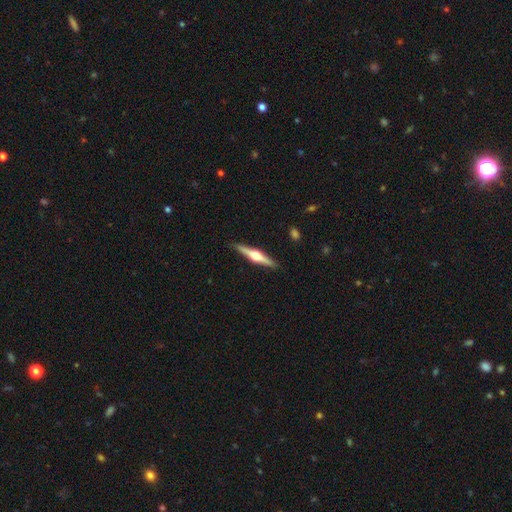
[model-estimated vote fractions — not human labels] featured or disk 74%, smooth 21%, star or artifact 5%. Down the decision tree: edge-on disk — yes (98%); edge-on bulge — rounded (94%); merging — none (91%).